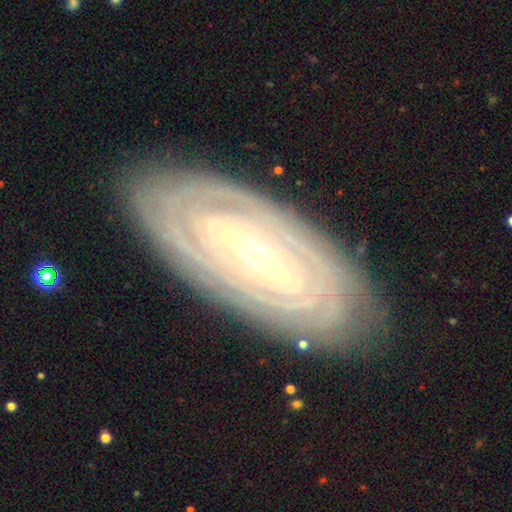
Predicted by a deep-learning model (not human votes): Morphology: type=featured or disk (87%); edge-on=no (90%); bar=strong (39%); spiral arms=yes (93%); winding=tight (86%); arm count=can't tell (46%); bulge=small (67%); merging=none (85%).